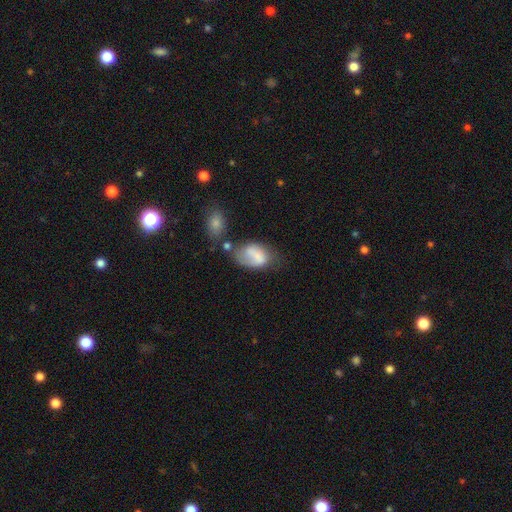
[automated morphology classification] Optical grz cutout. It shows a smooth galaxy with no disk features (66%) that is in between round and cigar-shaped (88%). Merging: none (35%).